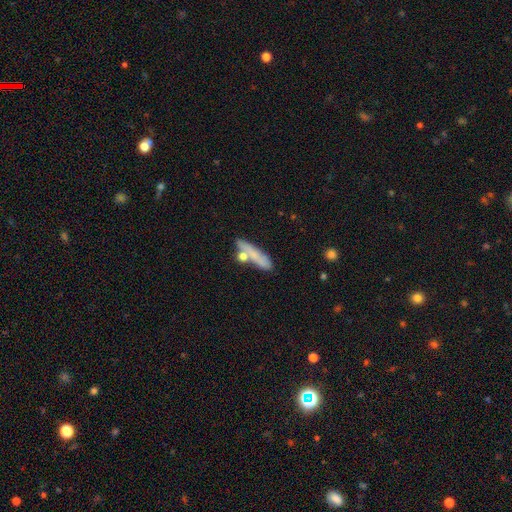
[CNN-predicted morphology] Smooth or featured?
  - smooth: 63% *
  - featured or disk: 29%
  - star or artifact: 8%
How rounded?
  - cigar-shaped: 68% *
  - in between: 27%
  - round: 5%
Merging?
  - none: 58% *
  - minor disturbance: 18%
  - merger: 17%
  - major disturbance: 7%